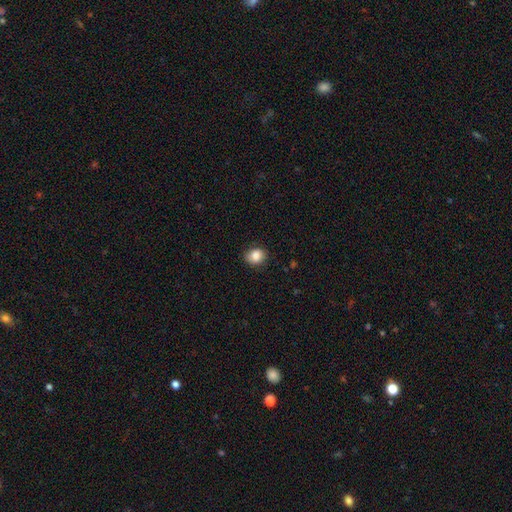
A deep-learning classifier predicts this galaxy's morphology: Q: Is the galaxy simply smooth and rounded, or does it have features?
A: smooth — 86%.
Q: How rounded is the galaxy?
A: round — 62%.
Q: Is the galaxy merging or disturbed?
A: none — 83%.